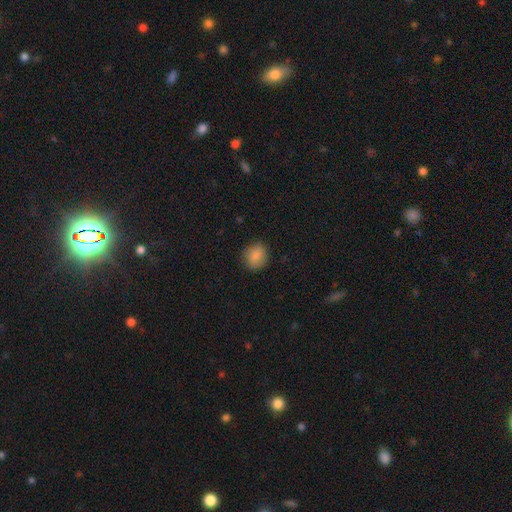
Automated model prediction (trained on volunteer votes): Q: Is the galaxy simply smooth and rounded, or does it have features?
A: smooth — 86%.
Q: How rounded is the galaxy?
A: round — 77%.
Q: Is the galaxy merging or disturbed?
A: none — 85%.